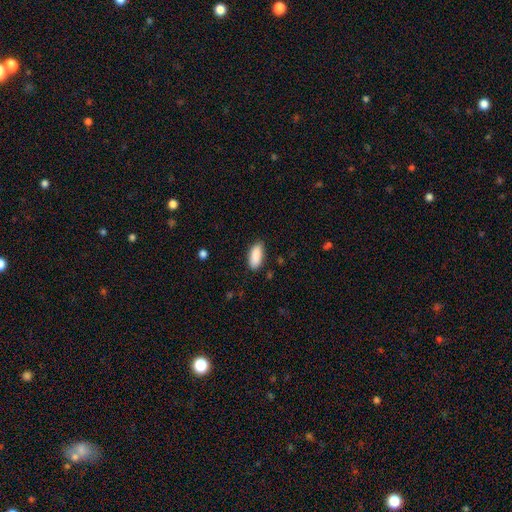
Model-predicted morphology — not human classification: smooth 90%, star or artifact 6%, featured or disk 4%. Down the decision tree: how rounded — in between (86%); merging — none (86%).